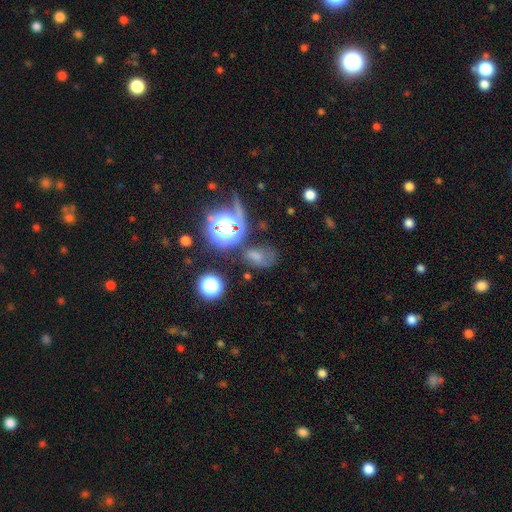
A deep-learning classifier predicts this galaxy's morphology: Overall: star or artifact (40%; smooth 38%).